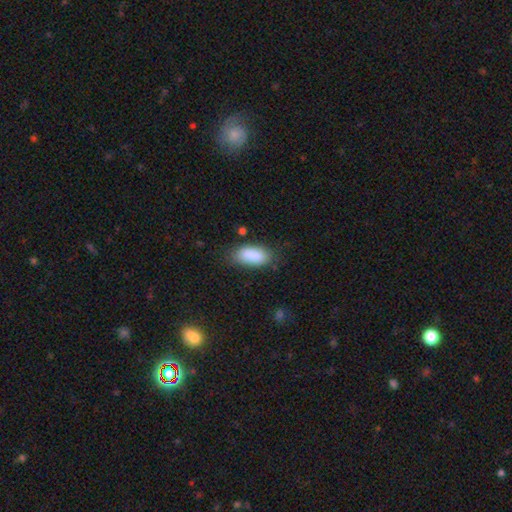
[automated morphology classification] A smooth galaxy with no disk features (88%) that is in between round and cigar-shaped (89%). Merging: none (74%).